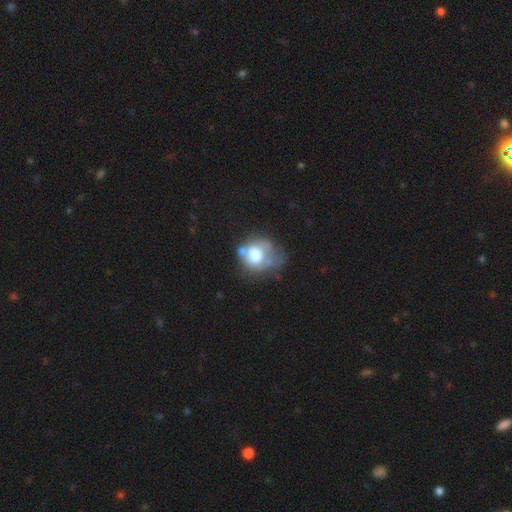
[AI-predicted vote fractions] smooth-or-featured: smooth: 60% | featured or disk: 30% | star or artifact: 10%
  how-rounded: round: 64% | in between: 35% | cigar-shaped: 1%
  merging: none: 31% | minor disturbance: 24% | major disturbance: 23% | merger: 21%